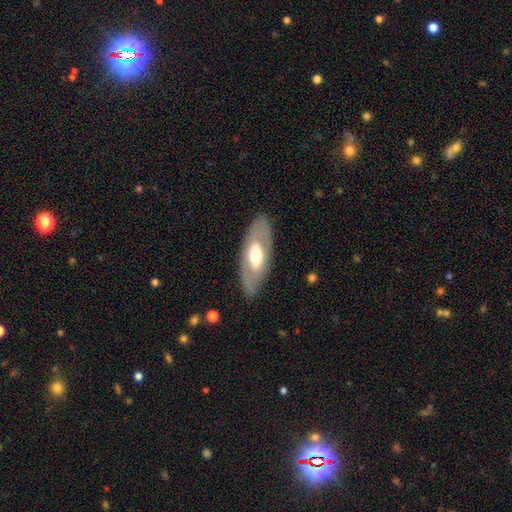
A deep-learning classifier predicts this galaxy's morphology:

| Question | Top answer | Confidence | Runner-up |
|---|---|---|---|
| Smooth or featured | featured or disk | 52% | smooth (43%) |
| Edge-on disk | no | 79% | yes (21%) |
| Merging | none | 84% | minor disturbance (10%) |